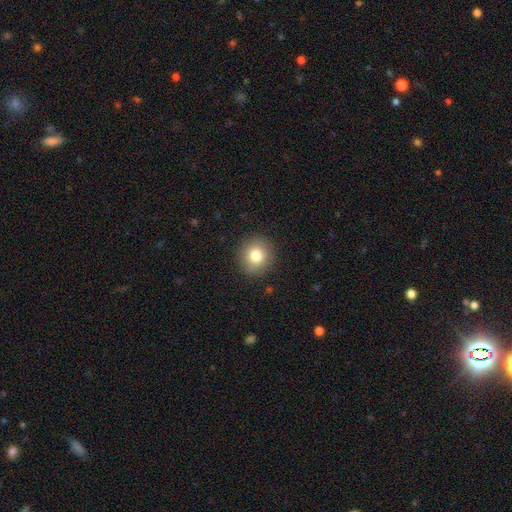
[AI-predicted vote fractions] Overall: smooth (80%). How rounded: round (88%). Merging: none (88%).